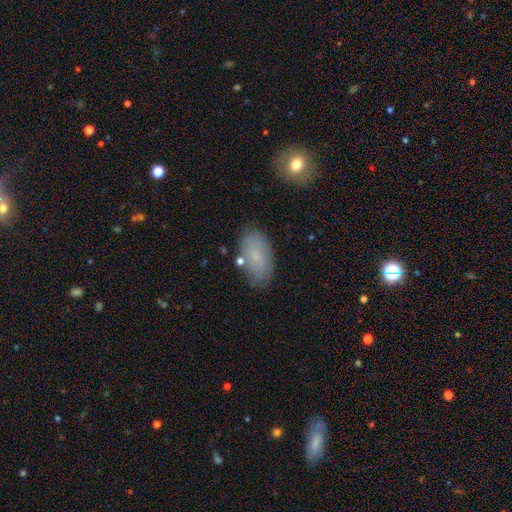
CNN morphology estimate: A smooth galaxy with no disk features (73%) that is in between round and cigar-shaped (94%). Merging: none (79%).